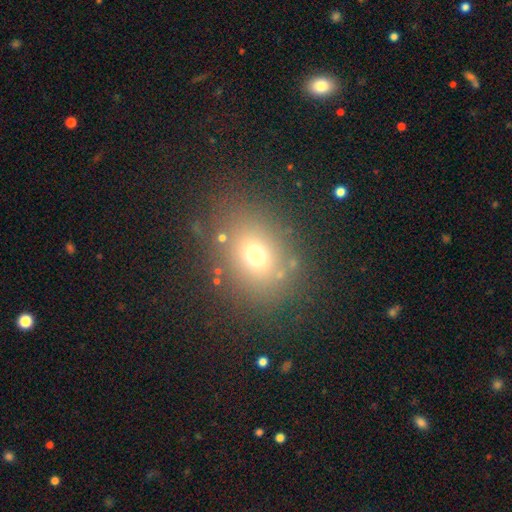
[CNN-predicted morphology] type=smooth (68%); roundness=in between (54%); merging=none (80%).